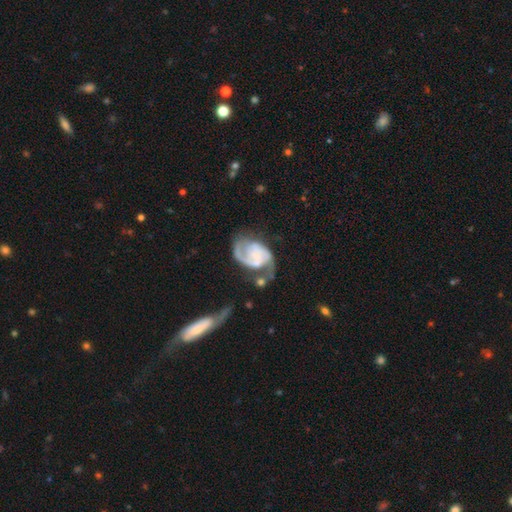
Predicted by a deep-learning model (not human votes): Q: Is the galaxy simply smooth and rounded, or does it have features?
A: featured or disk — 83%.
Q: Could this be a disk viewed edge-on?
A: no — 98%.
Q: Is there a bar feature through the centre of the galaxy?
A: no — 61%.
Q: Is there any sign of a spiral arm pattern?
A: yes — 94%.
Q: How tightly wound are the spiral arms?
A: medium — 47%.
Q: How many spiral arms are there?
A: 2 — 79%.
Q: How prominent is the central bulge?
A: none — 52%.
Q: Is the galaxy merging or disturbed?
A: none — 41%.